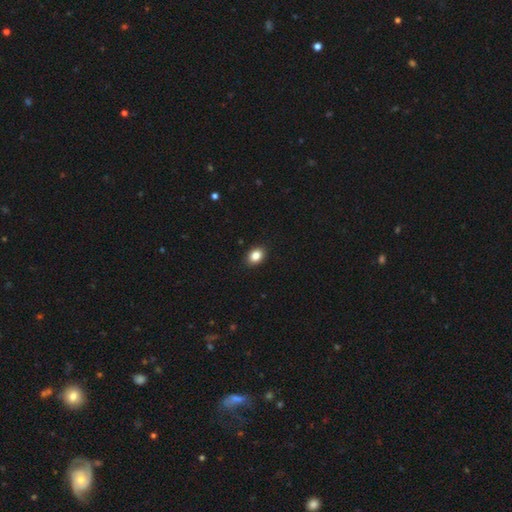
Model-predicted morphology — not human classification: This appears to be a smooth galaxy with no disk features (86%) that is in between round and cigar-shaped (69%). Merging: none (90%).